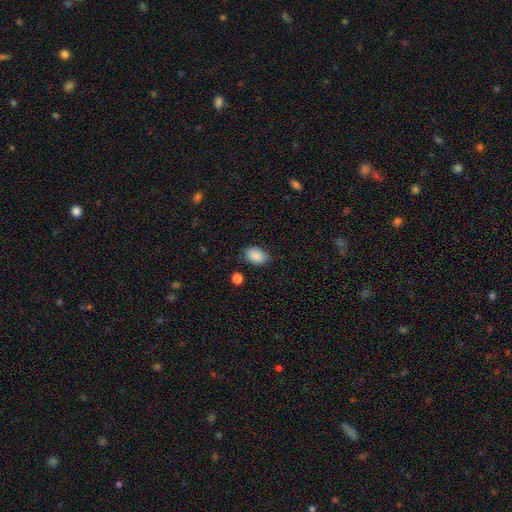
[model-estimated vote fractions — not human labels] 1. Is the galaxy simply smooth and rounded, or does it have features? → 88% smooth, 7% star or artifact, 4% featured or disk.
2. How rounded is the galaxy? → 85% in between, 14% round, 1% cigar-shaped.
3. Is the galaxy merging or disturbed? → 80% none, 14% minor disturbance, 3% major disturbance, 2% merger.